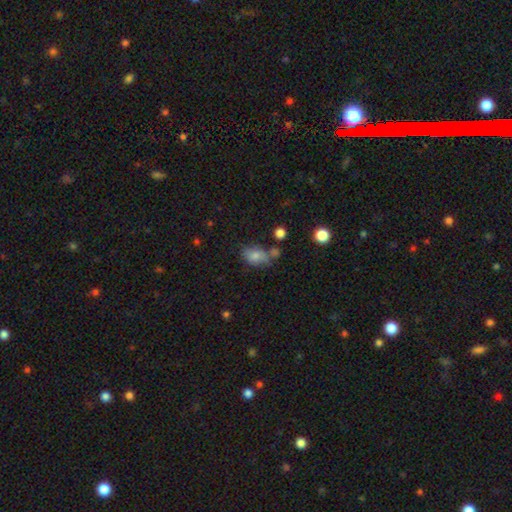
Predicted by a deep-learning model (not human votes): Smooth or featured? smooth (78%)
How rounded? in between (76%)
Merging? none (48%)